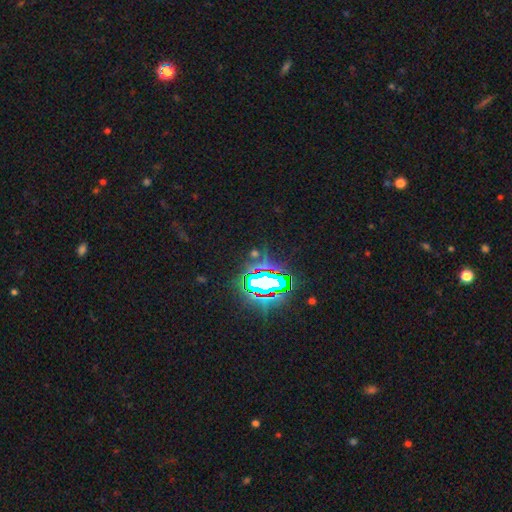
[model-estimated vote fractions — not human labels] This is likely a star or artifact rather than a galaxy (79%).